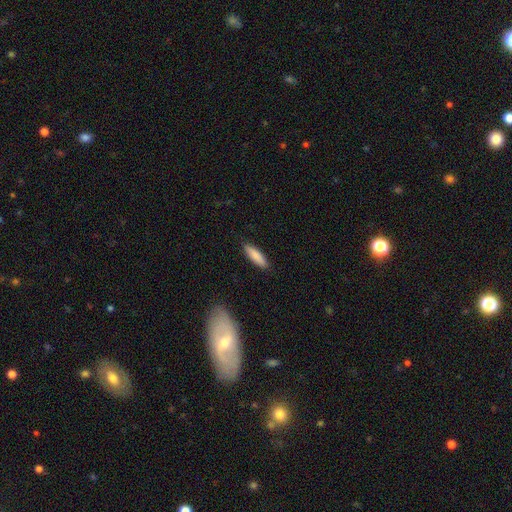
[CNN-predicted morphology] A smooth galaxy with no disk features (85%) that is cigar-shaped (59%).

Vote fractions:
- Smooth or featured? smooth: 85% / featured or disk: 10% / star or artifact: 5%
- How rounded? cigar-shaped: 59% / in between: 39% / round: 2%
- Merging? none: 88% / minor disturbance: 9% / major disturbance: 2% / merger: 1%